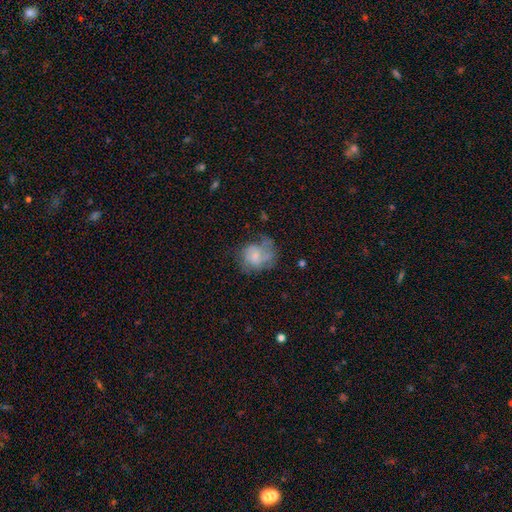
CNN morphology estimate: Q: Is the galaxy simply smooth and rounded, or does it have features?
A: featured or disk — 46%.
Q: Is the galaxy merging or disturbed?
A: none — 41%.